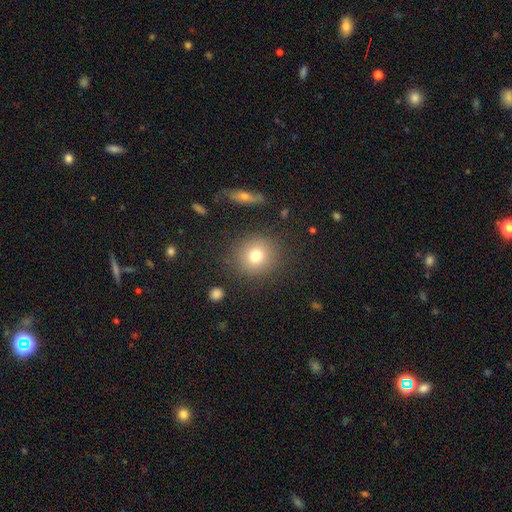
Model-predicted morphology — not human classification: A smooth galaxy with no disk features (77%) that is round (87%). Merging: none (86%).